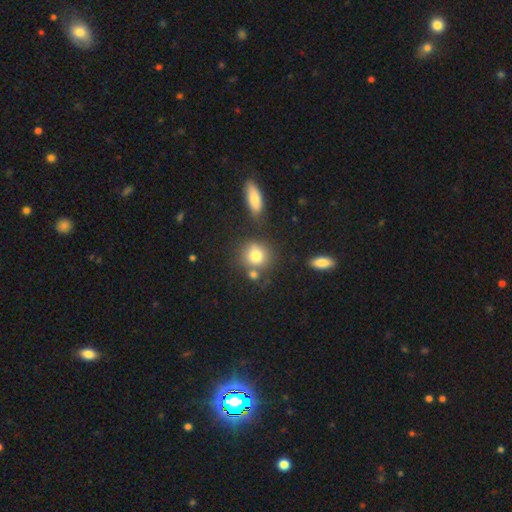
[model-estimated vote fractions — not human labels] This is clearly a smooth galaxy (81%). How rounded: likely round (80%). Merging: likely none (65%).